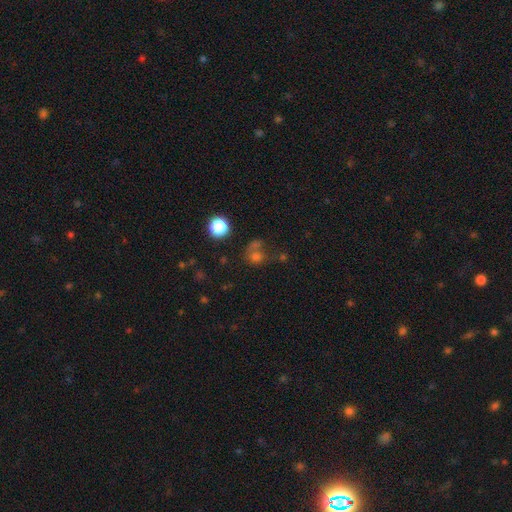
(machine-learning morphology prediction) Overall: smooth (61%; star or artifact 27%). How rounded: round (79%). Merging: none (47%; merger 30%).